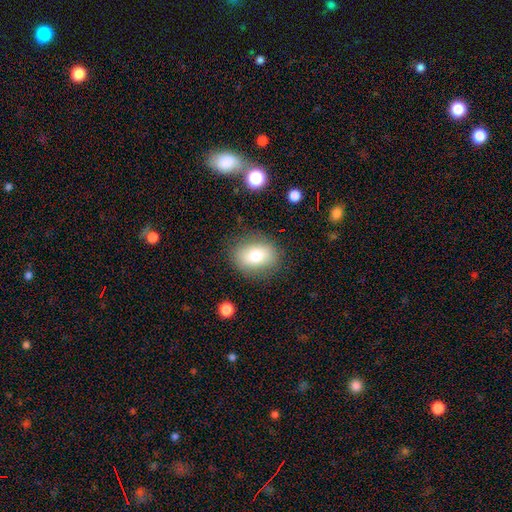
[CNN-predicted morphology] Smooth or featured? smooth (74%)
How rounded? in between (58%)
Merging? none (82%)